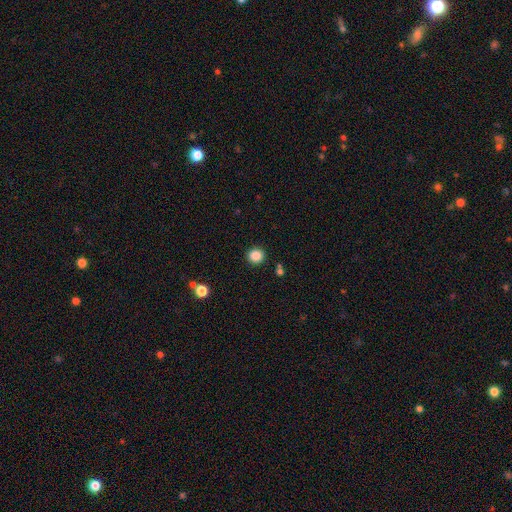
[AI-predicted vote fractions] Smooth or featured? smooth (86%)
How rounded? round (92%)
Merging? none (90%)